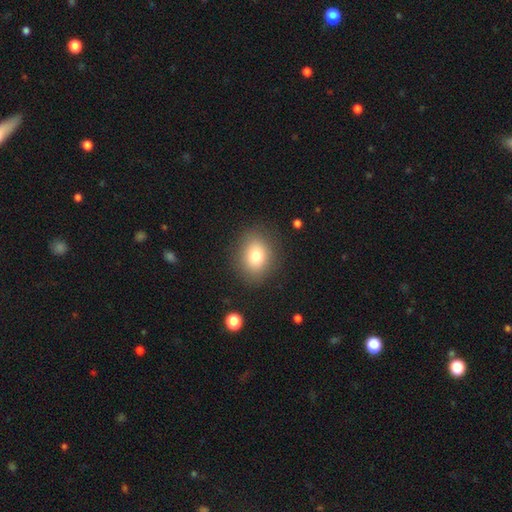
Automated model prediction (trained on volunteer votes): smooth_or_featured: smooth (p=0.79) [alt: star or artifact p=0.11]
how_rounded: in between (p=0.50) [alt: round p=0.49]
merging: none (p=0.86) [alt: minor disturbance p=0.09]